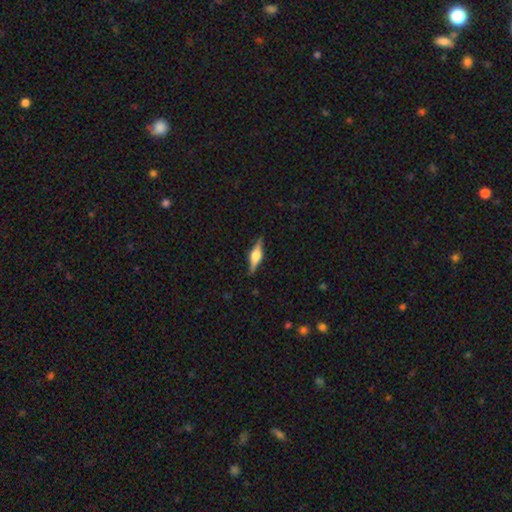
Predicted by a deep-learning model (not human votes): smooth_or_featured: featured or disk (p=0.73) [alt: smooth p=0.21]
disk_edge_on: yes (p=0.97) [alt: no p=0.03]
edge_on_bulge: rounded (p=0.87) [alt: boxy p=0.11]
merging: none (p=0.89) [alt: minor disturbance p=0.08]